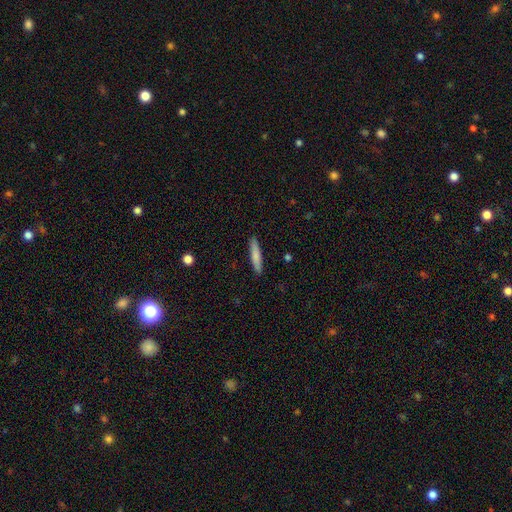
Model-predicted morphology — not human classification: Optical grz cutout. It shows a smooth galaxy with no disk features (78%) that is cigar-shaped (90%). Merging: none (90%).